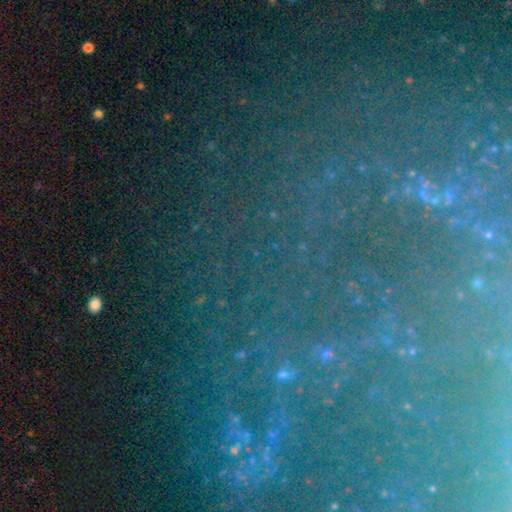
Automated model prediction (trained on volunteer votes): This appears to be a star or artifact, not a galaxy (67%).